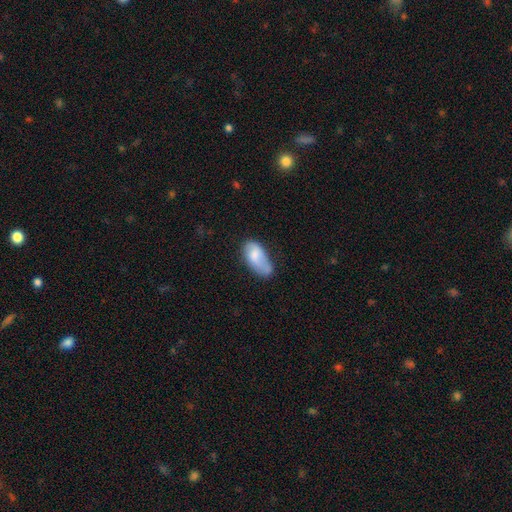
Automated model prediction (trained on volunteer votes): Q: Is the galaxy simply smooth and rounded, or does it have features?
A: smooth — 70%.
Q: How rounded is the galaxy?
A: in between — 92%.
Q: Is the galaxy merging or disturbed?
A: minor disturbance — 39%.